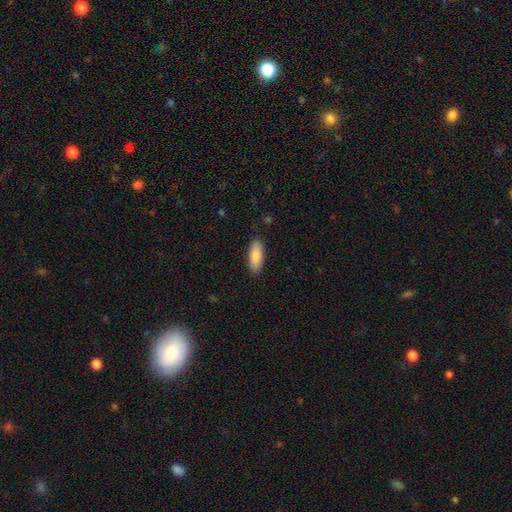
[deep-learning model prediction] Smooth or featured? Predicted: smooth (p=0.88). How rounded? Predicted: in between (p=0.74). Merging? Predicted: none (p=0.88).